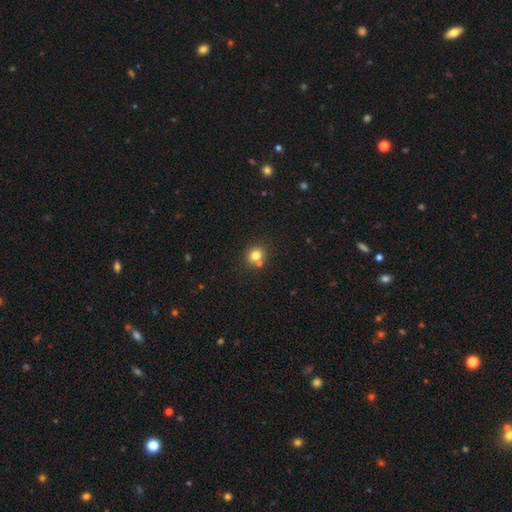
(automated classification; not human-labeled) smooth_or_featured: smooth (p=0.78) [alt: star or artifact p=0.13]
how_rounded: round (p=0.76) [alt: in between p=0.23]
merging: none (p=0.67) [alt: merger p=0.20]